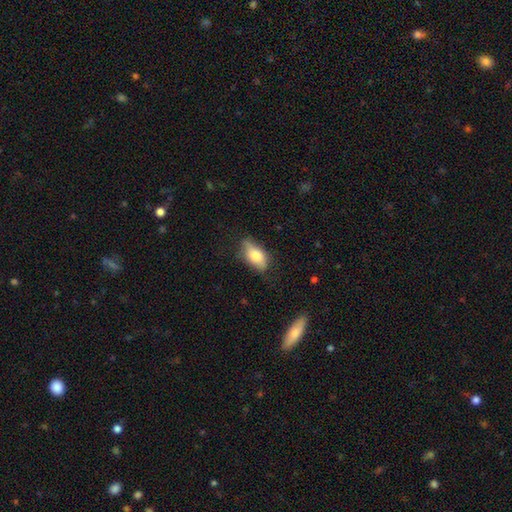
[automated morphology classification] smooth-or-featured: smooth: 70% | featured or disk: 23% | star or artifact: 7%
  how-rounded: in between: 87% | cigar-shaped: 8% | round: 5%
  merging: none: 68% | minor disturbance: 25% | major disturbance: 6% | merger: 2%